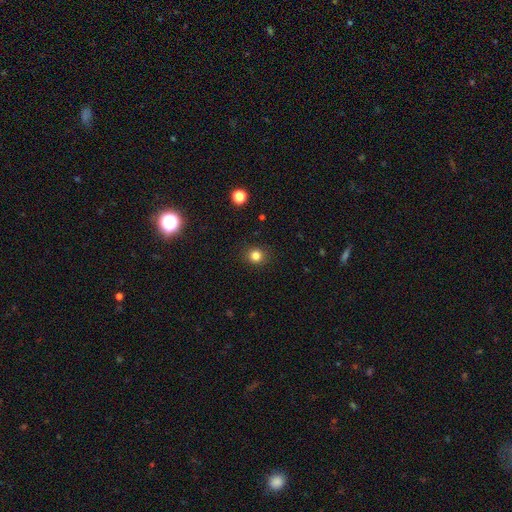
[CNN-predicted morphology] A smooth galaxy with no disk features (83%) that is round (85%). Merging: none (89%).